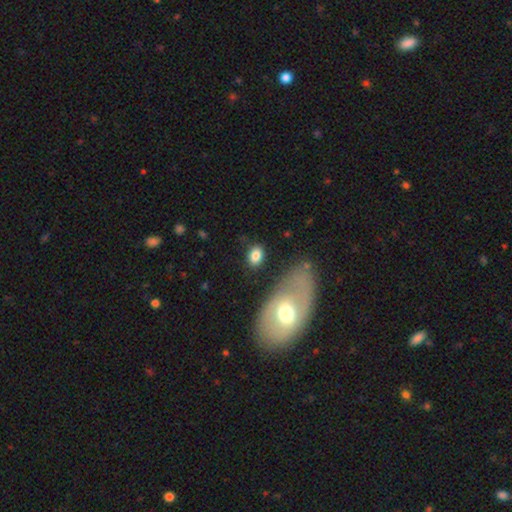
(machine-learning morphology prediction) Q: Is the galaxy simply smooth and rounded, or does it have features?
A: smooth — 82%.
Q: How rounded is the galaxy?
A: in between — 72%.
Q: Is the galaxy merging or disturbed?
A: none — 78%.